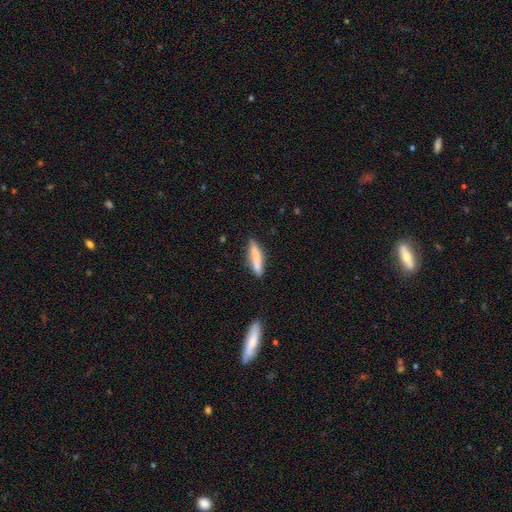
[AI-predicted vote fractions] Smooth or featured? smooth (77%)
How rounded? cigar-shaped (87%)
Merging? none (80%)